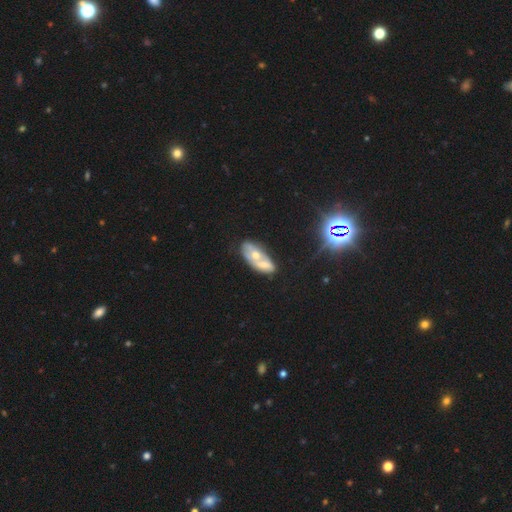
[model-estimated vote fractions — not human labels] featured or disk 52%, smooth 34%, star or artifact 14%. Down the decision tree: edge-on disk — no (90%); merging — merger (55%).